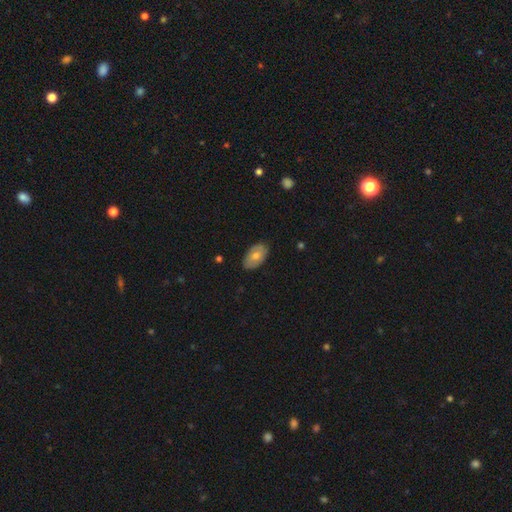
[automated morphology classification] Smooth or featured: smooth — 60% (featured or disk — 33%)
How rounded: in between — 93% (round — 6%)
Merging: none — 80% (minor disturbance — 17%)